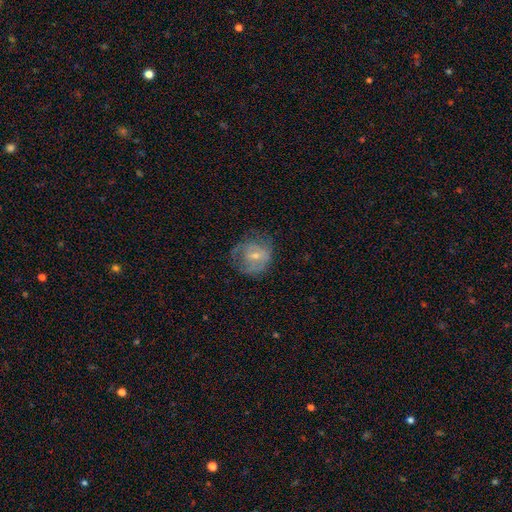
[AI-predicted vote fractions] Smooth or featured? Predicted: featured or disk (p=0.55). Edge-on disk? Predicted: no (p=0.97). Bar? Predicted: weak (p=0.46). Spiral arms? Predicted: yes (p=0.58). Bulge size? Predicted: small (p=0.58). Merging? Predicted: none (p=0.53).